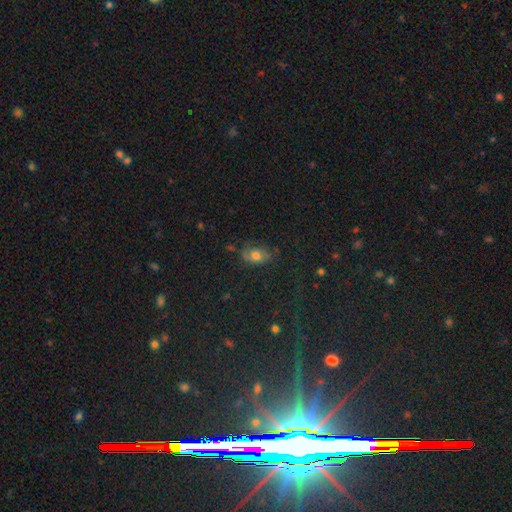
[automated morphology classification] This appears to be a smooth galaxy with no disk features (58%) that is in between round and cigar-shaped (74%). Merging: none (62%).